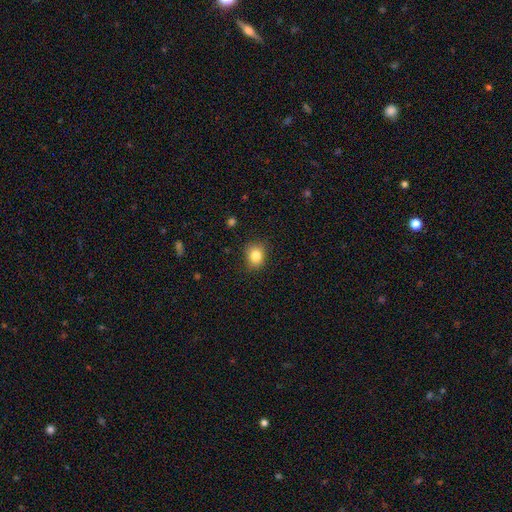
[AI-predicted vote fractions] Overall: smooth (83%). How rounded: round (60%; in between 39%). Merging: none (81%).